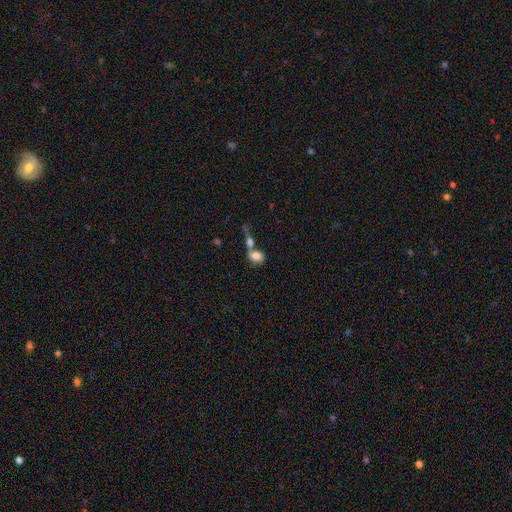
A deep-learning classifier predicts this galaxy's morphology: Smooth or featured: smooth — 79% (featured or disk — 12%)
How rounded: in between — 67% (round — 31%)
Merging: merger — 57% (none — 27%)